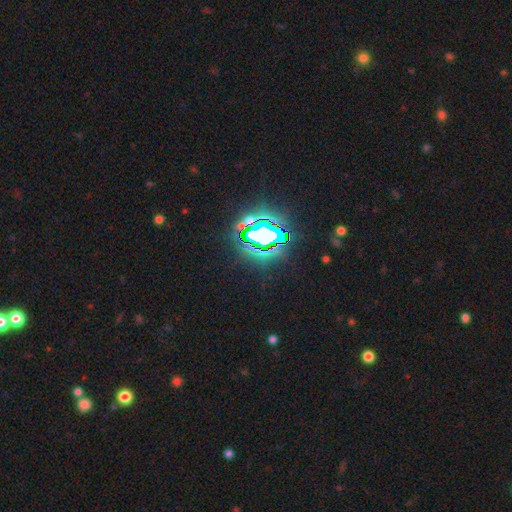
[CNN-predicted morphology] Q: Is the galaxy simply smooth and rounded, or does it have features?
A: star or artifact — 85%.